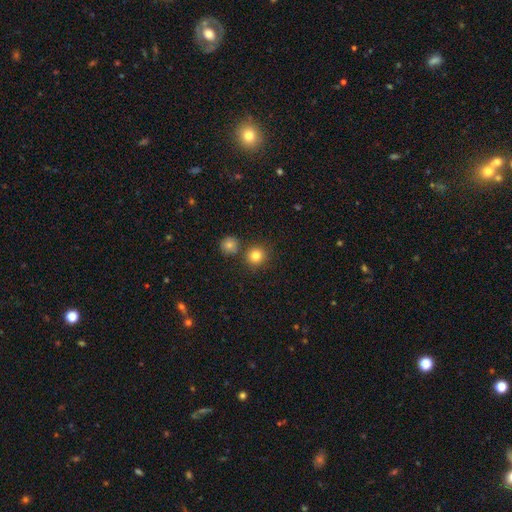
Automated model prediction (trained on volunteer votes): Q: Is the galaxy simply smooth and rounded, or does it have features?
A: smooth — 81%.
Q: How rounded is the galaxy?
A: round — 91%.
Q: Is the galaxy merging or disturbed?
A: none — 79%.